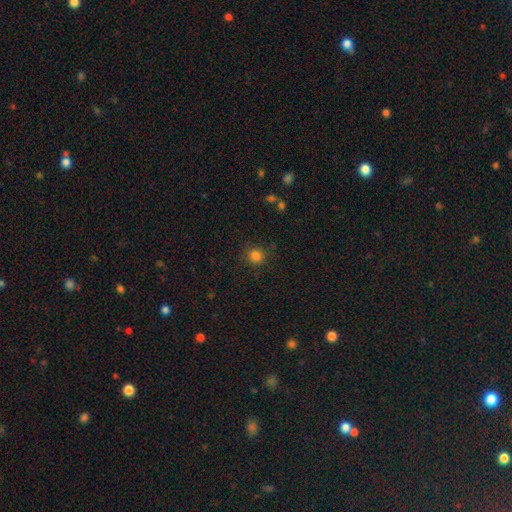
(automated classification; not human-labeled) Smooth or featured? Predicted: smooth (p=0.83). How rounded? Predicted: round (p=0.90). Merging? Predicted: none (p=0.88).